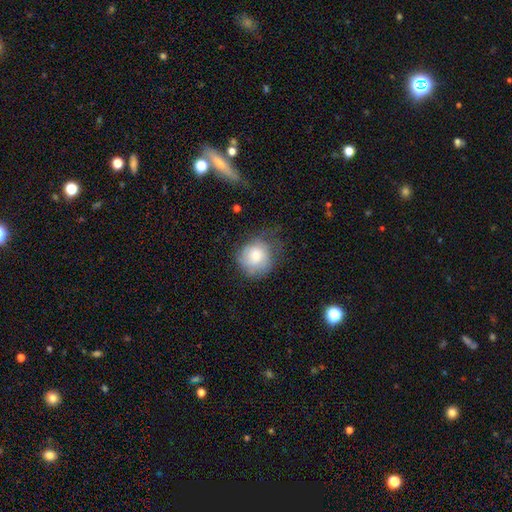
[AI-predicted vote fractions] Morphology: type=smooth (69%); roundness=round (85%); merging=none (51%).